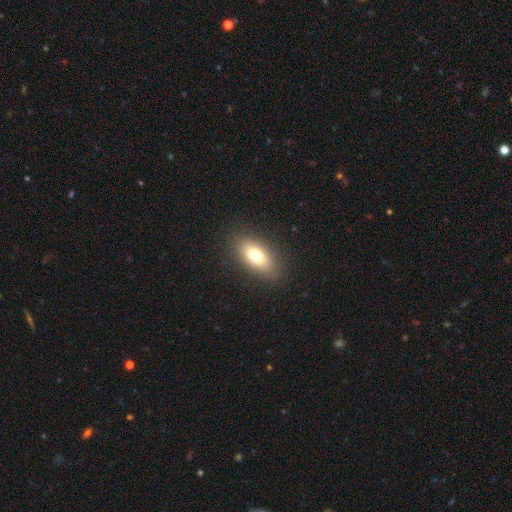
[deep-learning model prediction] Overall: smooth (74%). How rounded: in between (86%). Merging: none (87%).